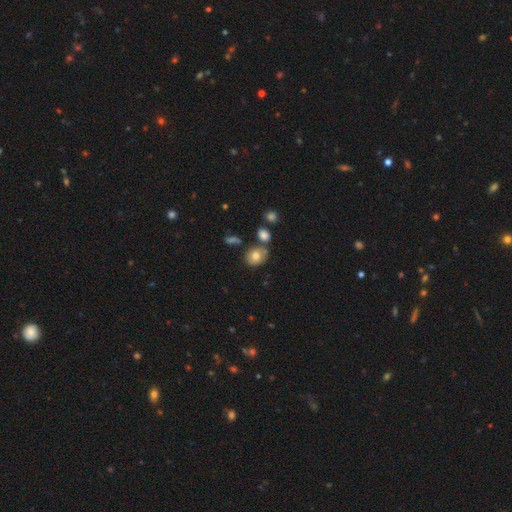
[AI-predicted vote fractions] smooth-or-featured: smooth: 71% | featured or disk: 19% | star or artifact: 10%
  how-rounded: round: 55% | in between: 44% | cigar-shaped: 1%
  merging: none: 59% | merger: 18% | minor disturbance: 17% | major disturbance: 5%